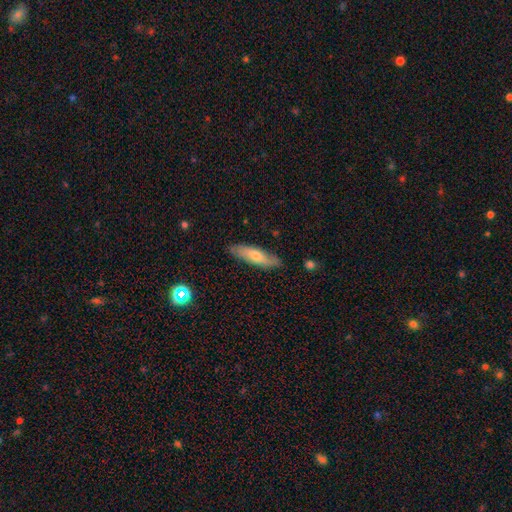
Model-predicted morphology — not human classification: smooth-or-featured: smooth: 62% | featured or disk: 32% | star or artifact: 6%
  how-rounded: cigar-shaped: 64% | in between: 34% | round: 2%
  merging: none: 84% | minor disturbance: 13% | major disturbance: 2% | merger: 1%